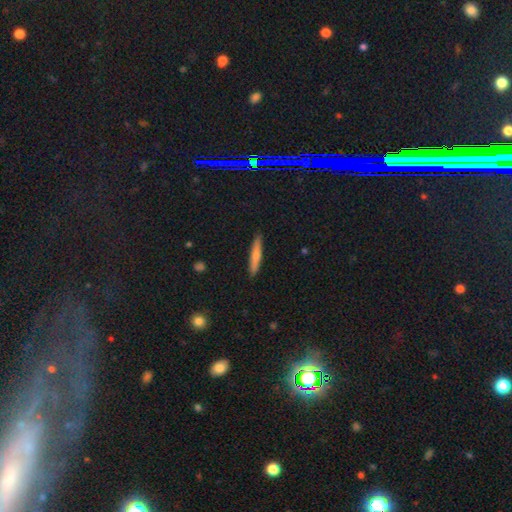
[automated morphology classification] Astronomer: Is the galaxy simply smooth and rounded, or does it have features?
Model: smooth — 67%.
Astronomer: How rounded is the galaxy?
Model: cigar-shaped — 93%.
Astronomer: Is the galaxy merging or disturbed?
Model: none — 89%.